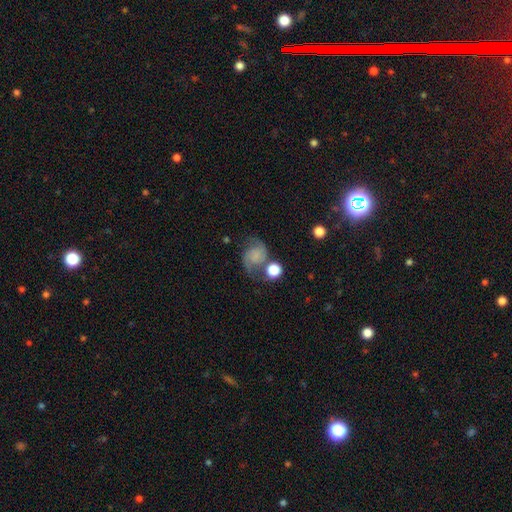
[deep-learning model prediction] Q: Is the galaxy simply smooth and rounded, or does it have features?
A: featured or disk — 68%.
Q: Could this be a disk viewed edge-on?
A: no — 98%.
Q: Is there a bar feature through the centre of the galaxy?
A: no — 66%.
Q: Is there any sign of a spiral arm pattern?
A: yes — 95%.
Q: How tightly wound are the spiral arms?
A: medium — 48%.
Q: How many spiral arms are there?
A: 2 — 92%.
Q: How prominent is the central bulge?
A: none — 56%.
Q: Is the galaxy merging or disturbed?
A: none — 58%.